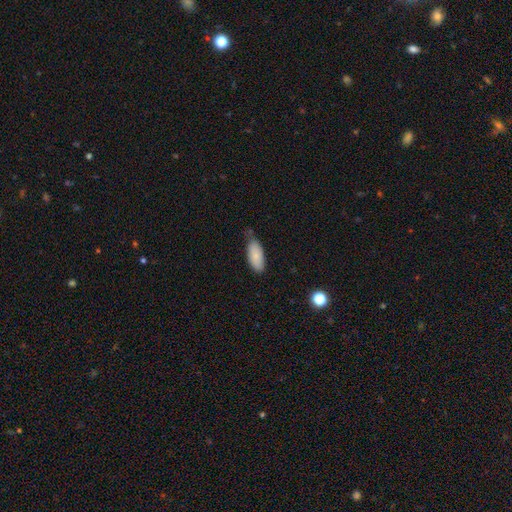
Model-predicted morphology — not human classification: Overall: smooth (84%). How rounded: in between (88%). Merging: none (59%; minor disturbance 32%).